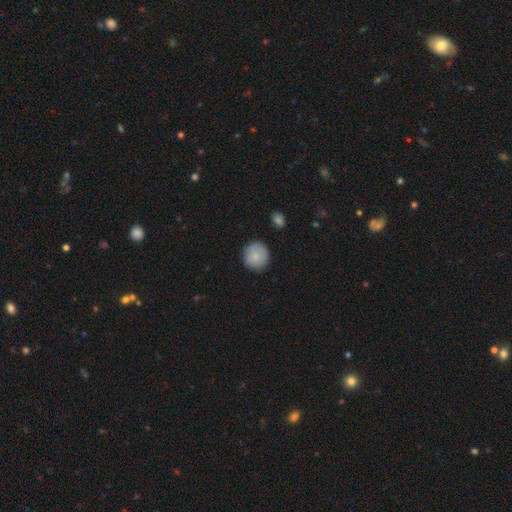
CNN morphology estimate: Q: Smooth or featured?
A: smooth (82%); runner-up: featured or disk (11%)
Q: How rounded?
A: round (91%); runner-up: in between (8%)
Q: Merging?
A: none (86%); runner-up: minor disturbance (10%)